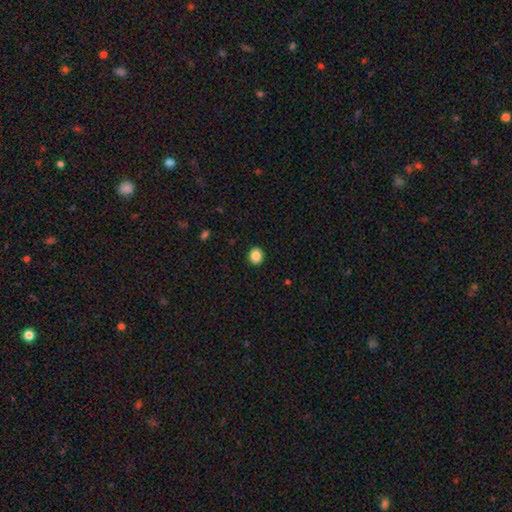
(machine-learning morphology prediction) type=smooth (86%); roundness=round (79%); merging=none (92%).